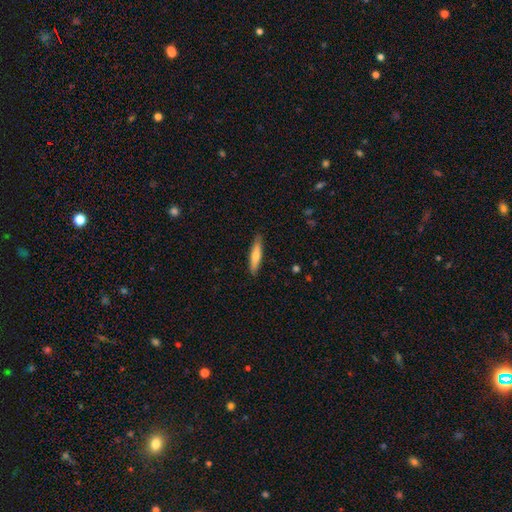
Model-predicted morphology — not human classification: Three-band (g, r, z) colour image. It shows a smooth galaxy with no disk features (67%) that is cigar-shaped (83%). Merging: none (88%).